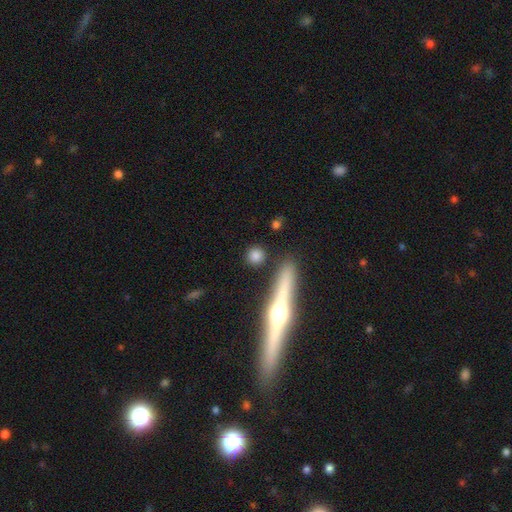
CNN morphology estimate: Smooth or featured? Predicted: smooth (p=0.78). How rounded? Predicted: round (p=0.80). Merging? Predicted: none (p=0.86).